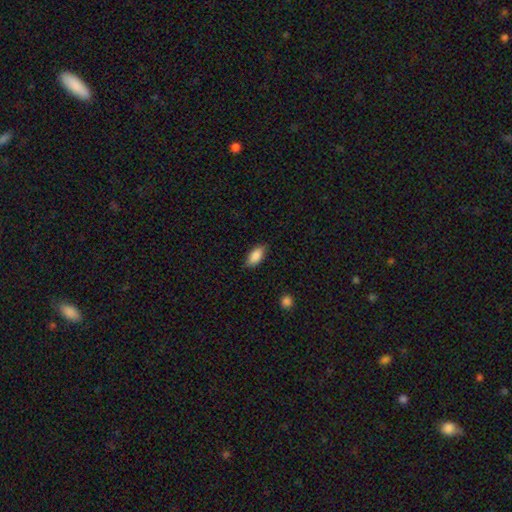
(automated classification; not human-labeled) A smooth galaxy with no disk features (86%) that is in between round and cigar-shaped (89%). Merging: none (83%).